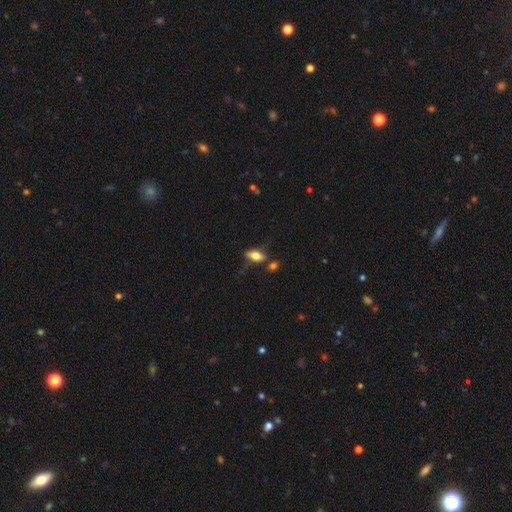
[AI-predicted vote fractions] The model was most divided on "smooth or featured": smooth: 63%, featured or disk: 28%, star or artifact: 9%. More confident: how rounded — in between (81%); merging — none (68%).